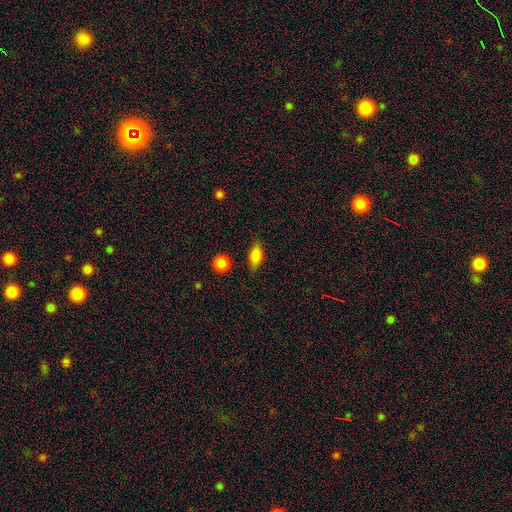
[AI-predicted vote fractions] Morphology: type=smooth (81%); roundness=in between (82%); merging=none (81%).